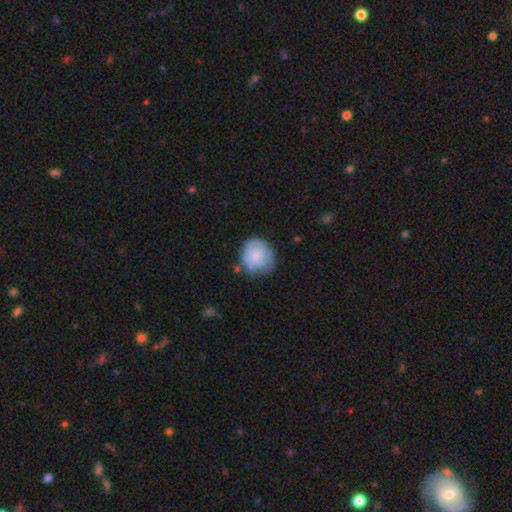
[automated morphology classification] This appears to be a smooth galaxy with no disk features (64%) that is round (70%). Merging: none (48%).